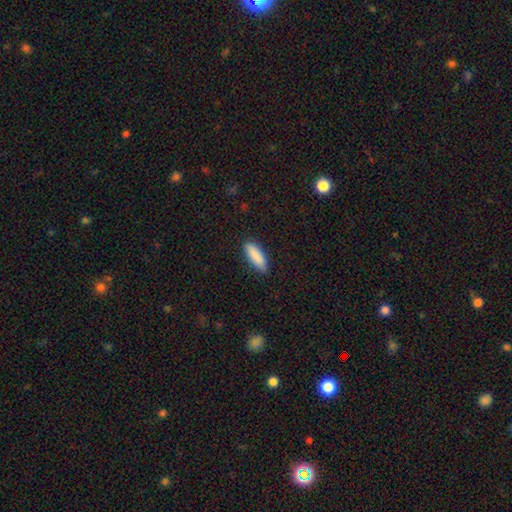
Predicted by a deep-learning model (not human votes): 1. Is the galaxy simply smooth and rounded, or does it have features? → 89% smooth, 6% star or artifact, 5% featured or disk.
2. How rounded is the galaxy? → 52% in between, 47% cigar-shaped, 2% round.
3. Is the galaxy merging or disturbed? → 86% none, 11% minor disturbance, 2% major disturbance, 1% merger.